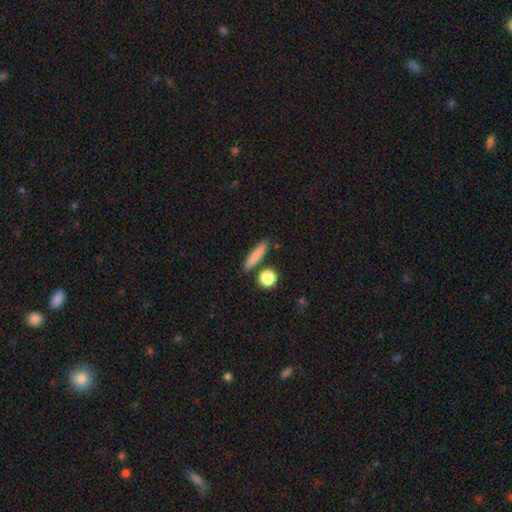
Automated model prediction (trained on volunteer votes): This is clearly a smooth galaxy (81%). How rounded: likely cigar-shaped (74%). Merging: clearly none (83%).